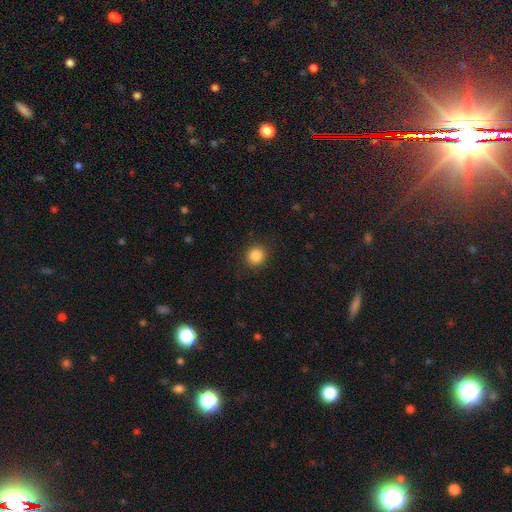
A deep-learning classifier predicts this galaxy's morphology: Smooth or featured?
  - smooth: 86% *
  - star or artifact: 10%
  - featured or disk: 4%
How rounded?
  - round: 88% *
  - in between: 11%
  - cigar-shaped: 1%
Merging?
  - none: 90% *
  - minor disturbance: 7%
  - major disturbance: 2%
  - merger: 1%